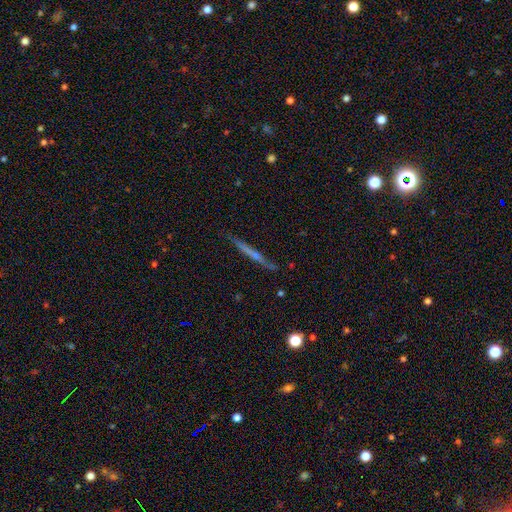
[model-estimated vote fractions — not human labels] smooth-or-featured: featured or disk: 64% | smooth: 29% | star or artifact: 7%
  disk-edge-on: yes: 97% | no: 3%
    edge-on-bulge: none: 56% | rounded: 37% | boxy: 6%
  merging: none: 86% | minor disturbance: 10% | major disturbance: 2% | merger: 2%